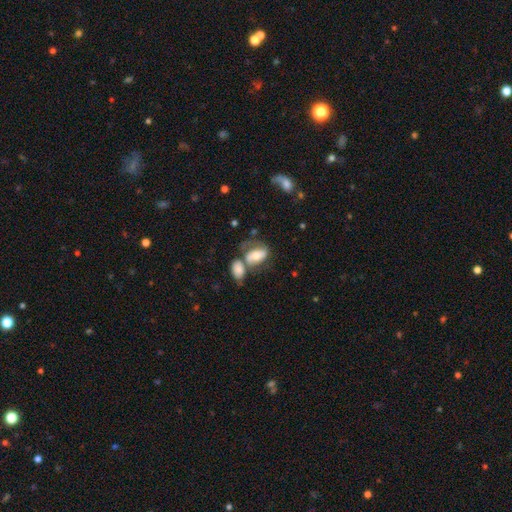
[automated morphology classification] A smooth galaxy with no disk features (47%).

Vote fractions:
- Smooth or featured? smooth: 47% / featured or disk: 45% / star or artifact: 8%
- Merging? merger: 42% / none: 29% / minor disturbance: 16% / major disturbance: 14%